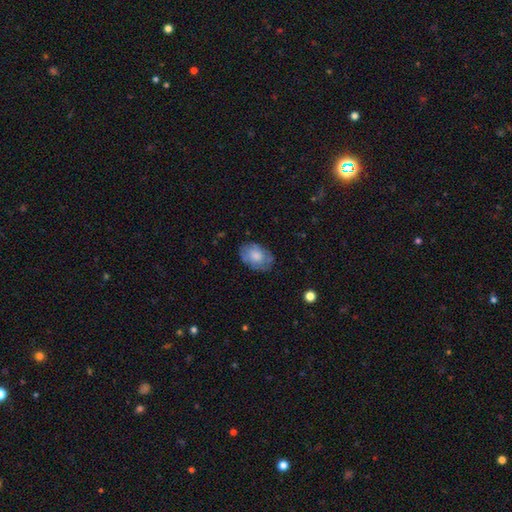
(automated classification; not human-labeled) Smooth or featured?
  - smooth: 62% *
  - featured or disk: 31%
  - star or artifact: 7%
How rounded?
  - in between: 84% *
  - round: 15%
  - cigar-shaped: 1%
Merging?
  - none: 72% *
  - minor disturbance: 21%
  - major disturbance: 6%
  - merger: 1%